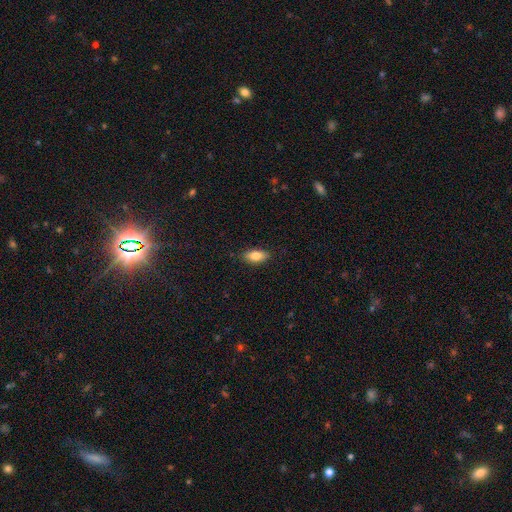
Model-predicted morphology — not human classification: A smooth galaxy with no disk features (82%) that is in between round and cigar-shaped (86%). Merging: none (88%).